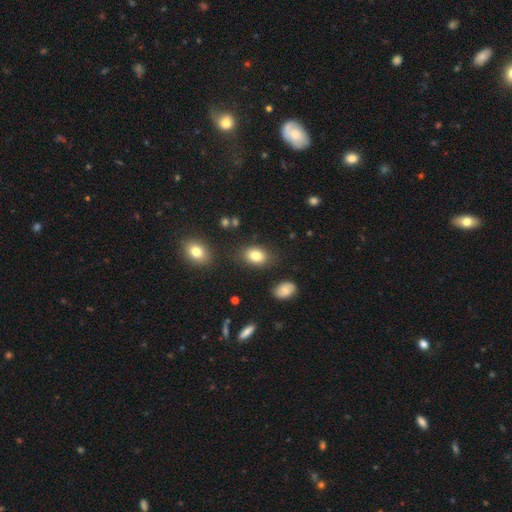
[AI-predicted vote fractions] Smooth or featured? smooth (81%)
How rounded? in between (73%)
Merging? none (82%)